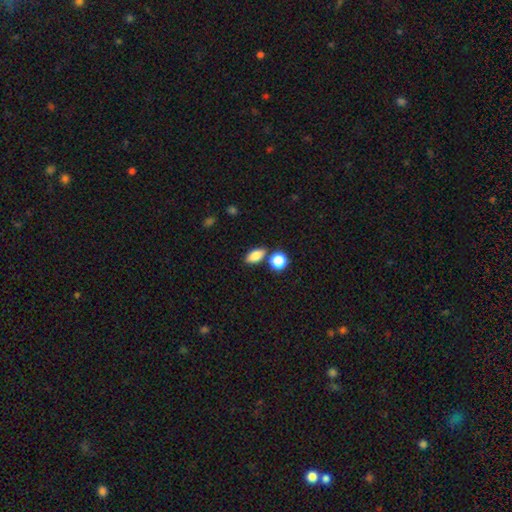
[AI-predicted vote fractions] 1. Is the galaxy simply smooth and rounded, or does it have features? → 84% smooth, 8% star or artifact, 8% featured or disk.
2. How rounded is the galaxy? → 81% in between, 12% round, 7% cigar-shaped.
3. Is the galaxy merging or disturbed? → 73% none, 14% merger, 11% minor disturbance, 3% major disturbance.